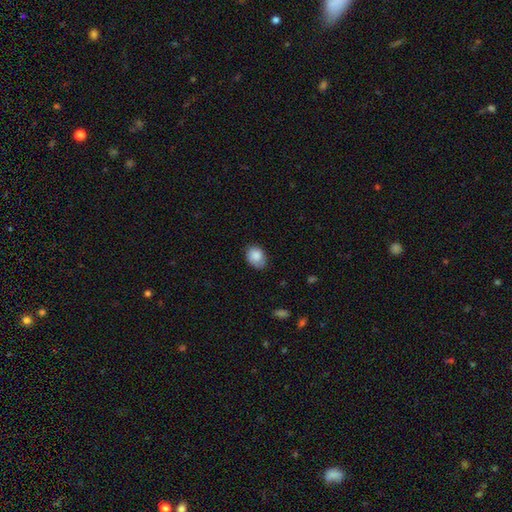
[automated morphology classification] This appears to be a smooth galaxy with no disk features (85%) that is in between round and cigar-shaped (63%). Merging: none (69%).